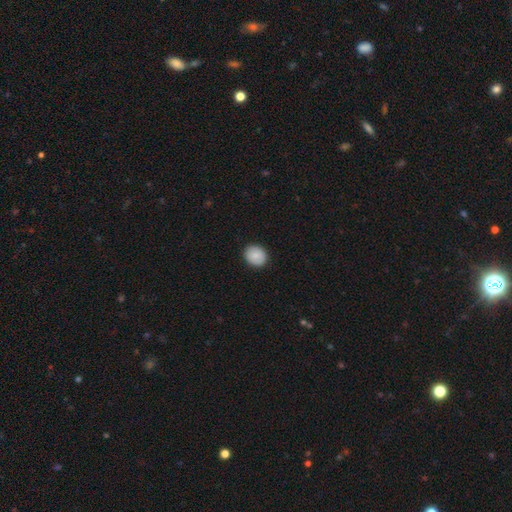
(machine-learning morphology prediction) A smooth galaxy with no disk features (86%) that is round (76%). Merging: none (90%).